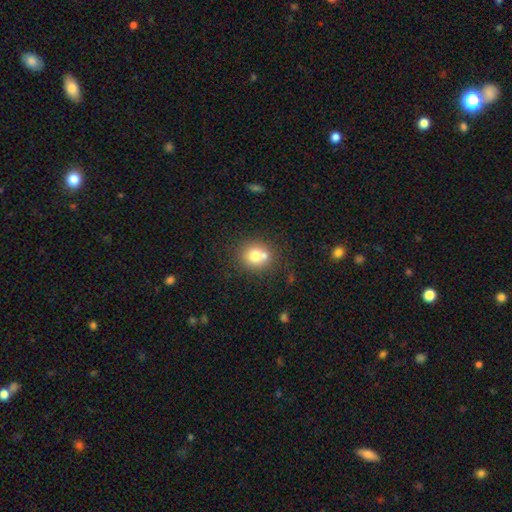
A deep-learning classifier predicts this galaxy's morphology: A smooth galaxy with no disk features (72%) that is round (80%).

Vote fractions:
- Smooth or featured? smooth: 72% / featured or disk: 16% / star or artifact: 12%
- How rounded? round: 80% / in between: 19% / cigar-shaped: 1%
- Merging? none: 57% / merger: 29% / minor disturbance: 11% / major disturbance: 3%